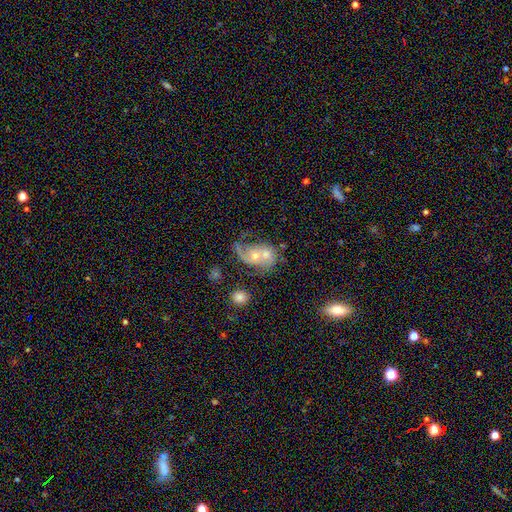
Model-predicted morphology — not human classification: Smooth or featured: featured or disk — 66% (smooth — 24%)
Edge-on disk: no — 96% (yes — 4%)
Bar: no — 75% (weak — 21%)
Spiral arms: yes — 80% (no — 20%)
Spiral winding: loose — 44% (medium — 37%)
Spiral arm count: 1 — 41% (2 — 40%)
Bulge size: moderate — 52% (small — 39%)
Merging: merger — 37% (none — 29%)